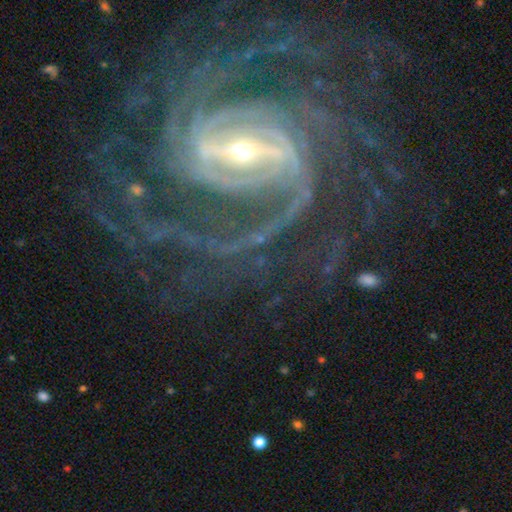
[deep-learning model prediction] featured or disk 93%, star or artifact 5%, smooth 2%. Down the decision tree: edge-on disk — no (97%); bar — strong (73%); spiral arms — yes (99%); spiral arm count — 2 (23%); spiral winding — tight (51%); bulge size — small (70%); merging — none (73%).